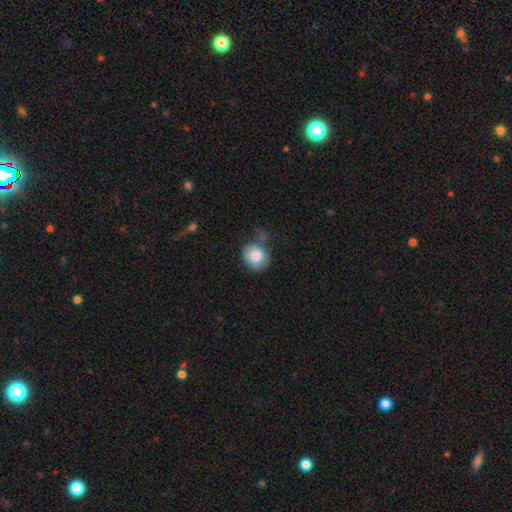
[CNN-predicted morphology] type=smooth (81%); roundness=round (68%); merging=none (56%).